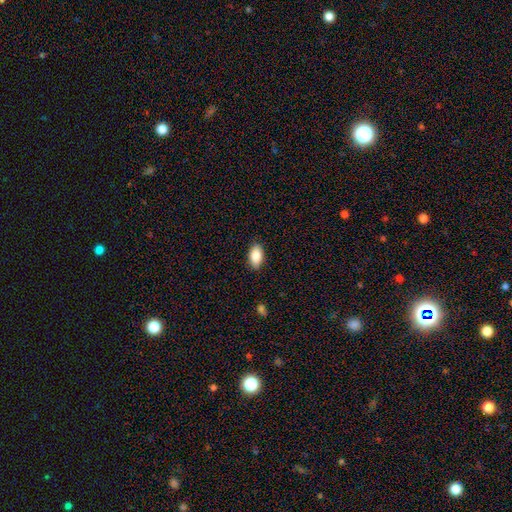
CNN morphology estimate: type=smooth (85%); roundness=in between (93%); merging=none (88%).